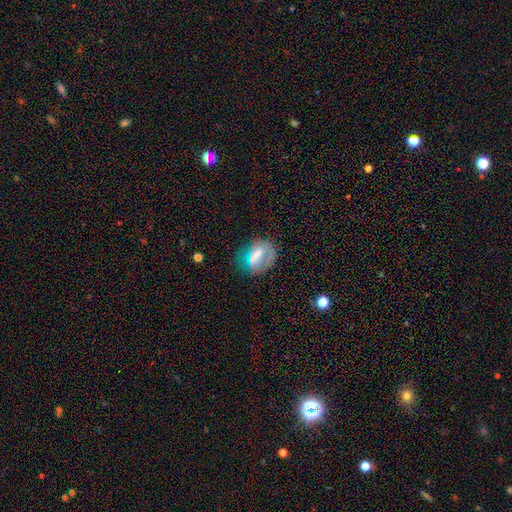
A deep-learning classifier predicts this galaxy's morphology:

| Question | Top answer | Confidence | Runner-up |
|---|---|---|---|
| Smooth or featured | smooth | 52% | featured or disk (39%) |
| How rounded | in between | 57% | round (38%) |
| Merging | none | 48% | minor disturbance (26%) |